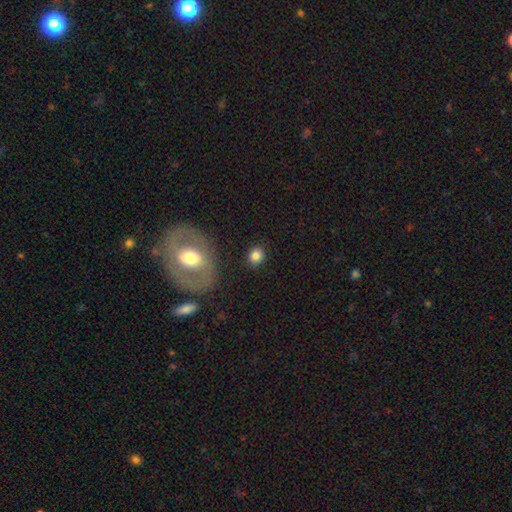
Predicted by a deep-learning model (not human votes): smooth 82%, star or artifact 9%, featured or disk 9%. Down the decision tree: how rounded — round (70%); merging — none (85%).